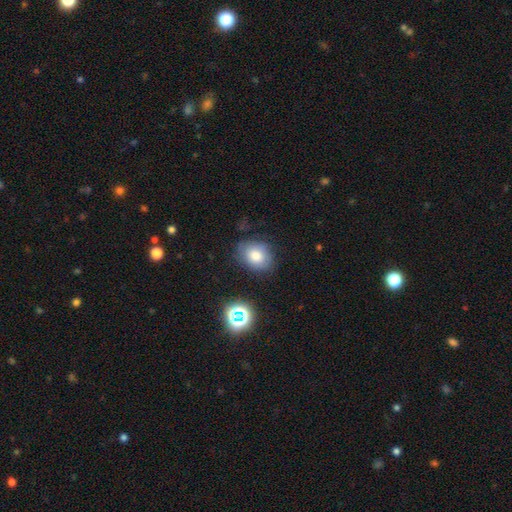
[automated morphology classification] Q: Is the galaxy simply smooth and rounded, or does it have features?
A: smooth — 75%.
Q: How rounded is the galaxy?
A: in between — 65%.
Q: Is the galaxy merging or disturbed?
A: none — 72%.